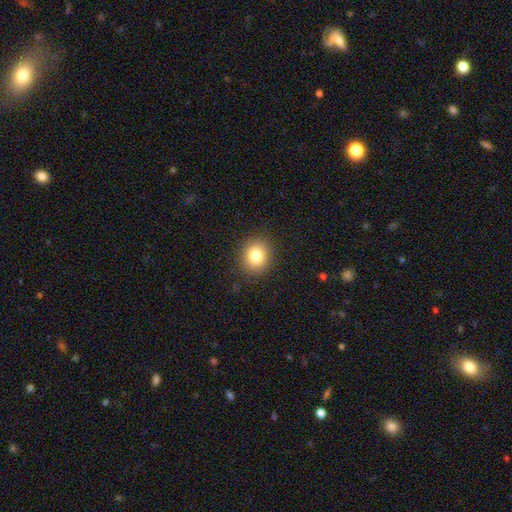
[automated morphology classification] This appears to be a smooth galaxy with no disk features (81%) that is round (77%). Merging: none (89%).